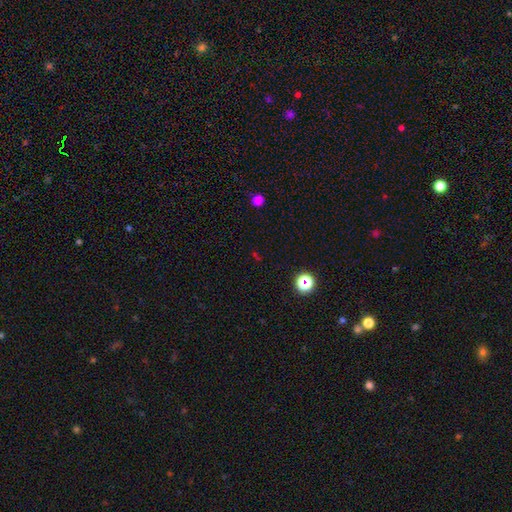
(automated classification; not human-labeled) Smooth or featured? star or artifact (62%)